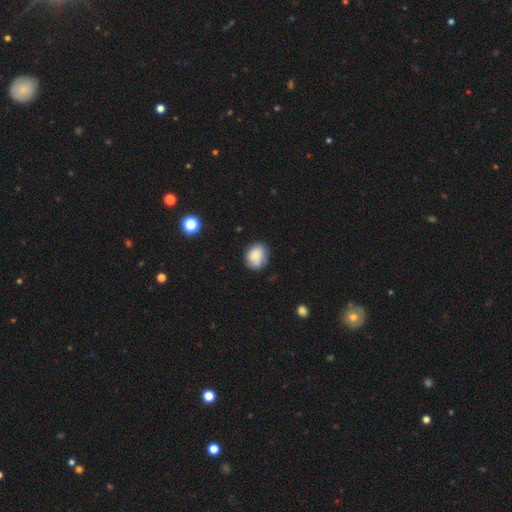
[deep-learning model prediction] Overall: smooth (81%). How rounded: round (51%; in between 48%). Merging: none (67%).